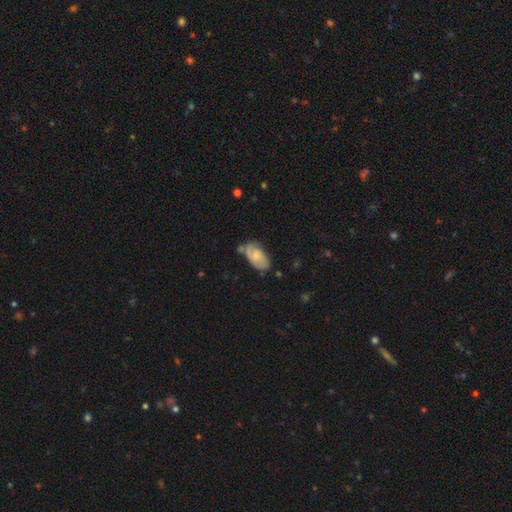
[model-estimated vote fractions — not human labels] smooth-or-featured: smooth: 47% | featured or disk: 46% | star or artifact: 7%
  merging: none: 50% | minor disturbance: 31% | major disturbance: 10% | merger: 9%